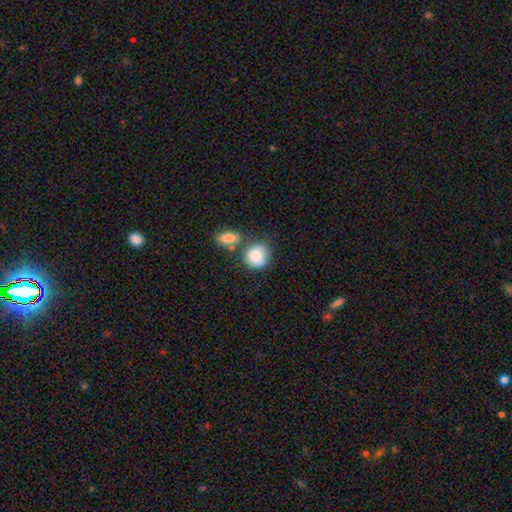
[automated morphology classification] This appears to be a smooth galaxy with no disk features (85%) that is round (75%). Merging: none (49%).